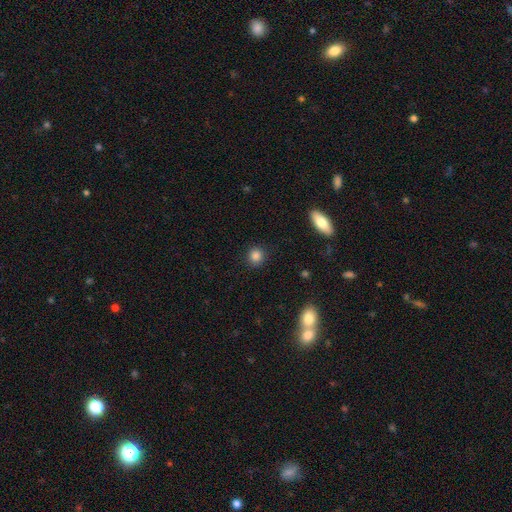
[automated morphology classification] smooth-or-featured: smooth: 84% | star or artifact: 11% | featured or disk: 4%
  how-rounded: round: 90% | in between: 9% | cigar-shaped: 1%
  merging: none: 90% | minor disturbance: 6% | major disturbance: 2% | merger: 1%